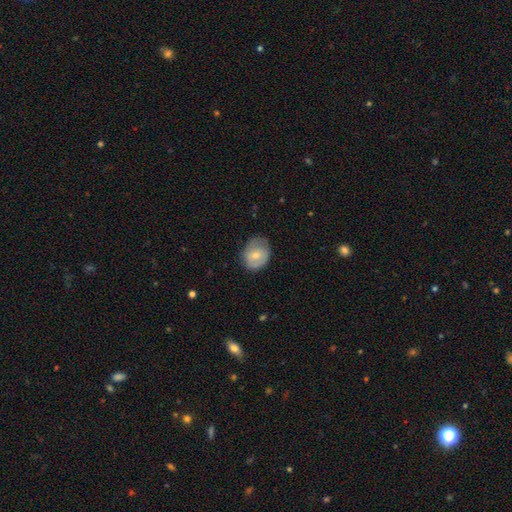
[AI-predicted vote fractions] This is likely a smooth galaxy (61%). How rounded: possibly round (56%). Merging: likely none (63%).